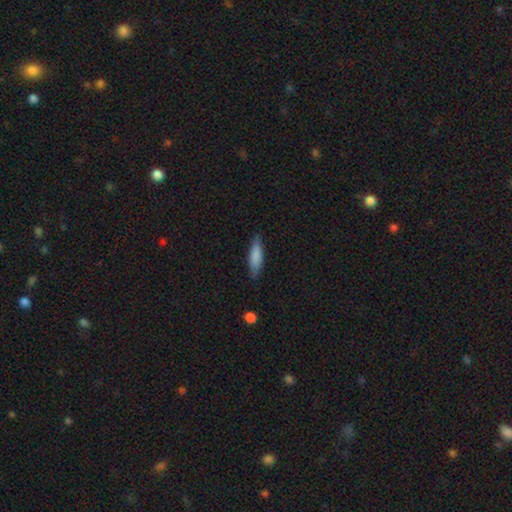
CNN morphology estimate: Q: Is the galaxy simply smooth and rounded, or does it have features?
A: smooth — 82%.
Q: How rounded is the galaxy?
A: cigar-shaped — 58%.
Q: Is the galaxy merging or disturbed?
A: none — 81%.